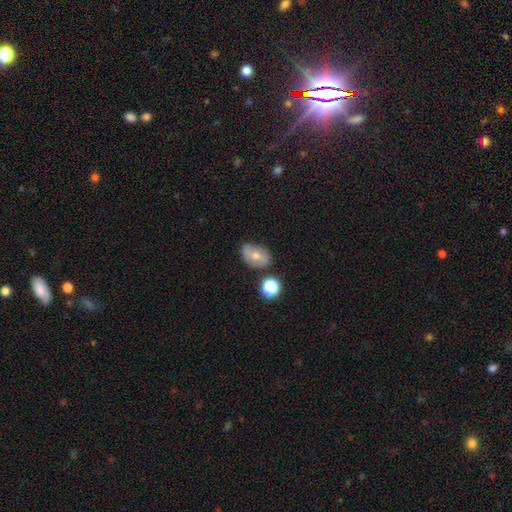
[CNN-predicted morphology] Smooth or featured? Predicted: smooth (p=0.55). How rounded? Predicted: in between (p=0.71). Merging? Predicted: none (p=0.62).